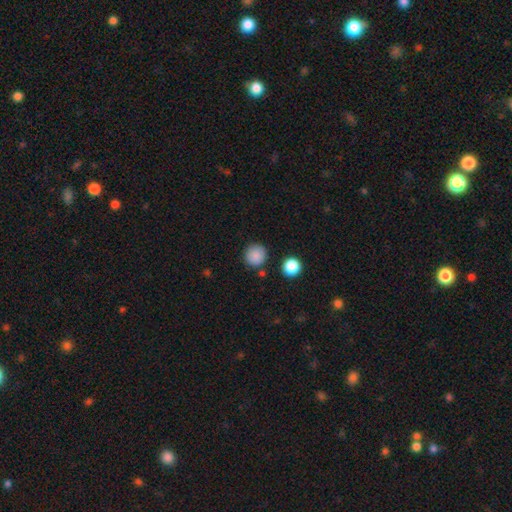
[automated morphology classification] type=smooth (87%); roundness=round (94%); merging=none (86%).